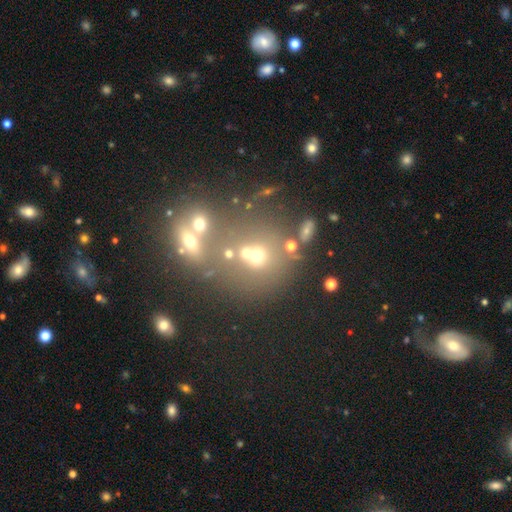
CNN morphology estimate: The model was most divided on "smooth or featured": smooth: 43%, star or artifact: 38%, featured or disk: 19%. Remaining: merging — none (45%).